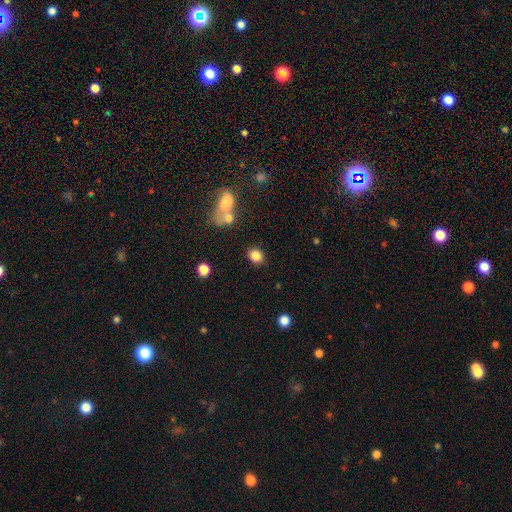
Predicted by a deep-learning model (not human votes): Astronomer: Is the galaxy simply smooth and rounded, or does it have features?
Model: smooth — 85%.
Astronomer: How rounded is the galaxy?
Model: round — 54% (runner-up: in between, 45%).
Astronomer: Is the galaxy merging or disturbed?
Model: none — 82%.